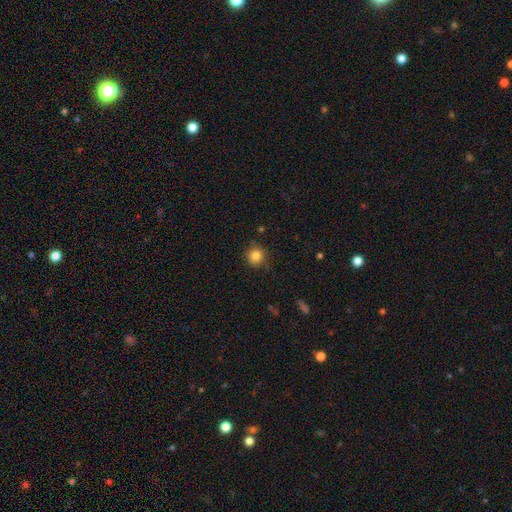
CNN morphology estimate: This appears to be a smooth galaxy with no disk features (84%) that is round (93%). Merging: none (86%).